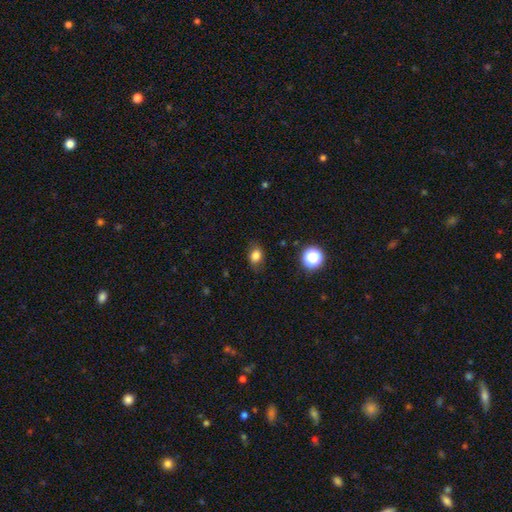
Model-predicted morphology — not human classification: Smooth or featured? Predicted: smooth (p=0.81). How rounded? Predicted: in between (p=0.65). Merging? Predicted: none (p=0.77).